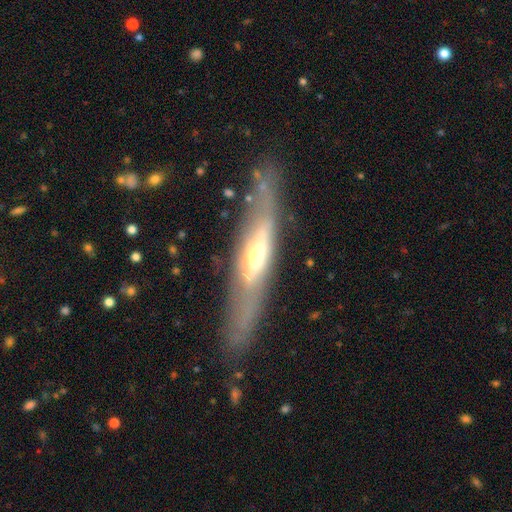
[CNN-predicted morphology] Overall: featured or disk (67%). Edge-on disk: yes (73%). Merging: none (79%).